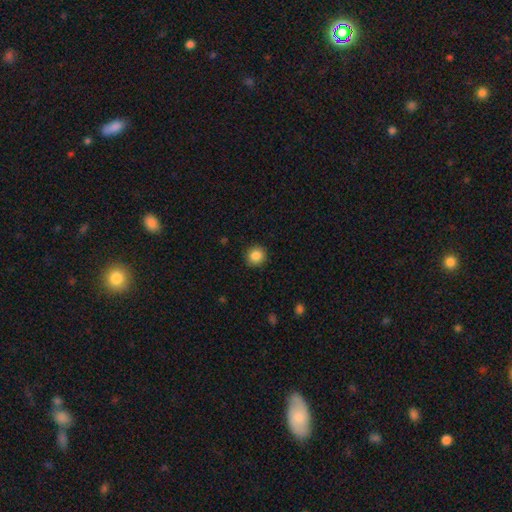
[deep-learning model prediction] This appears to be a smooth galaxy with no disk features (87%) that is round (92%). Merging: none (90%).